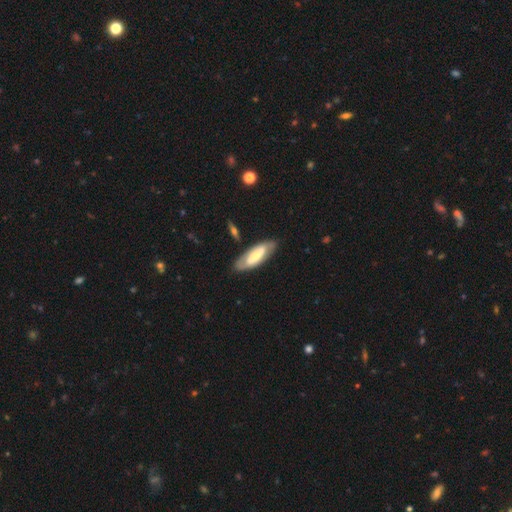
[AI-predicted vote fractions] smooth_or_featured: featured or disk (p=0.52) [alt: smooth p=0.43]
disk_edge_on: no (p=0.76) [alt: yes p=0.24]
merging: none (p=0.79) [alt: minor disturbance p=0.14]